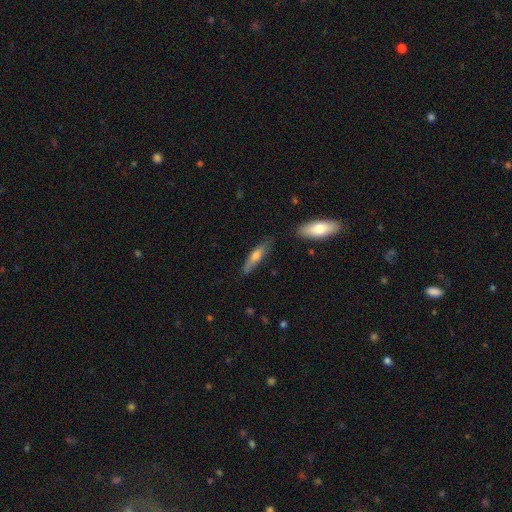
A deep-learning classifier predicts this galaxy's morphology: type=smooth (56%); roundness=cigar-shaped (76%); merging=none (78%).